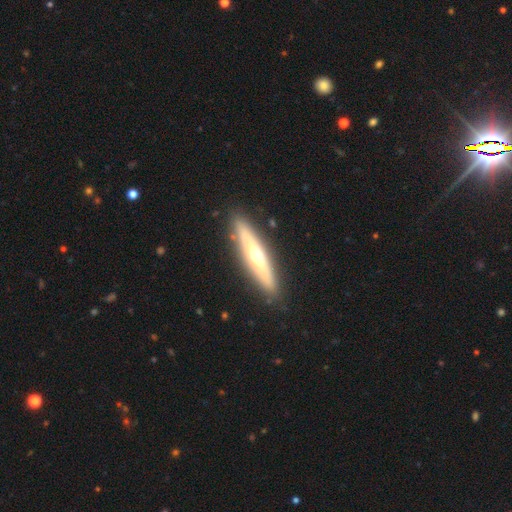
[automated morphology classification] This appears to be a featured or disk galaxy (54%) viewed edge-on (83%). Merging: none (88%).